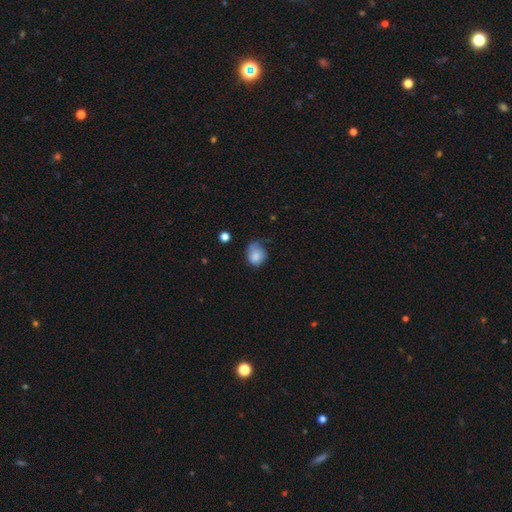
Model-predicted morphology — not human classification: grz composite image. It shows a smooth galaxy with no disk features (74%) that is round (64%). Merging: none (41%).